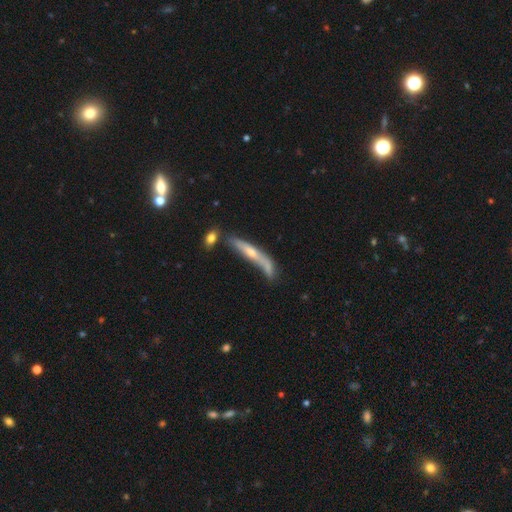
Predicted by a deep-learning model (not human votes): Smooth or featured?
  - featured or disk: 59% *
  - smooth: 31%
  - star or artifact: 10%
Edge-on disk?
  - yes: 80% *
  - no: 20%
Merging?
  - none: 45% *
  - minor disturbance: 25%
  - merger: 16%
  - major disturbance: 14%